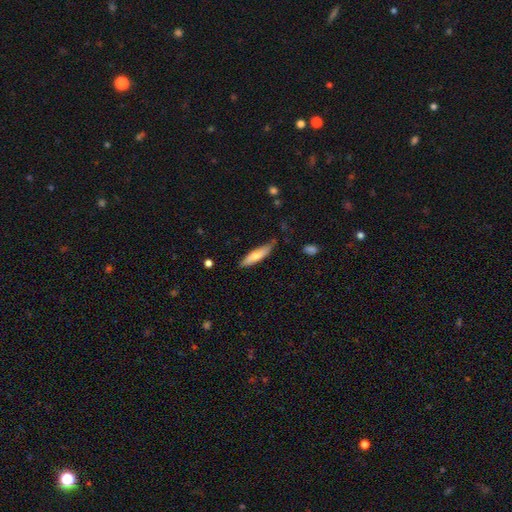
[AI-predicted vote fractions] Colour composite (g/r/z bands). It shows a smooth galaxy with no disk features (72%) that is cigar-shaped (70%). Merging: none (74%).